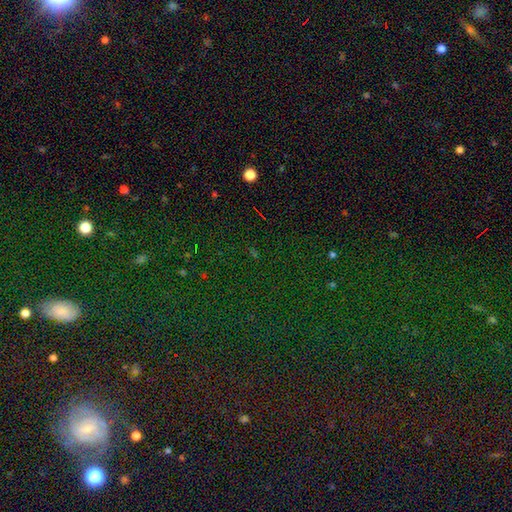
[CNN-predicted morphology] This is likely a star or artifact rather than a galaxy (74%).